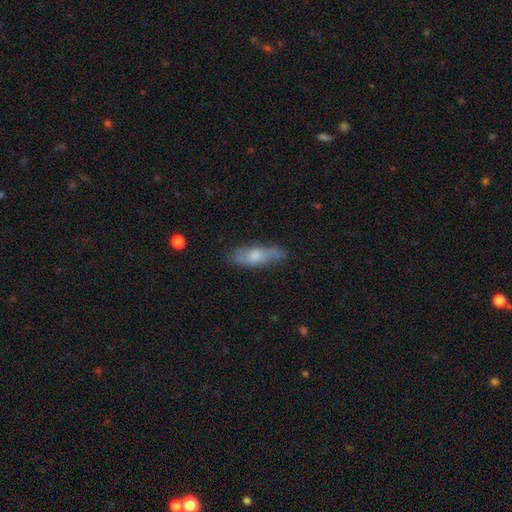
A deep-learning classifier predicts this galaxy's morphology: This appears to be a smooth galaxy with no disk features (63%) that is in between round and cigar-shaped (52%). Merging: none (74%).